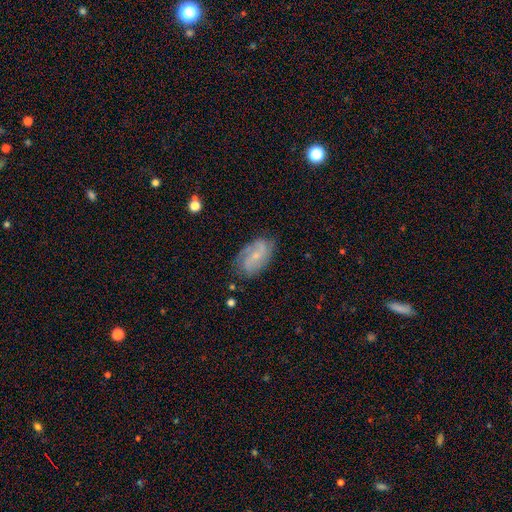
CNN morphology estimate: featured or disk 74%, smooth 19%, star or artifact 7%. Down the decision tree: edge-on disk — no (96%); bar — no (50%); spiral arms — yes (92%); spiral arm count — 2 (64%); spiral winding — medium (44%); bulge size — small (71%); merging — none (71%).